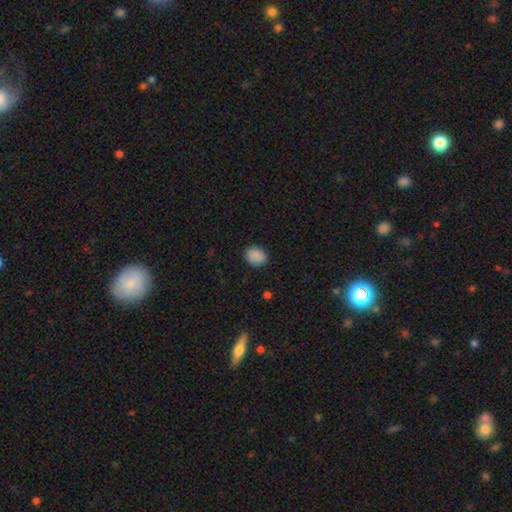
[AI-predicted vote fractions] Q: Smooth or featured?
A: smooth (89%); runner-up: star or artifact (8%)
Q: How rounded?
A: in between (63%); runner-up: round (36%)
Q: Merging?
A: none (86%); runner-up: minor disturbance (10%)